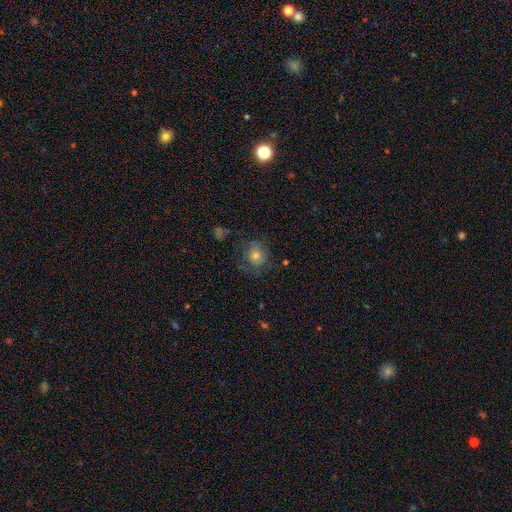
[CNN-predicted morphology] smooth 62%, featured or disk 22%, star or artifact 17%. Down the decision tree: how rounded — round (82%); merging — none (68%).